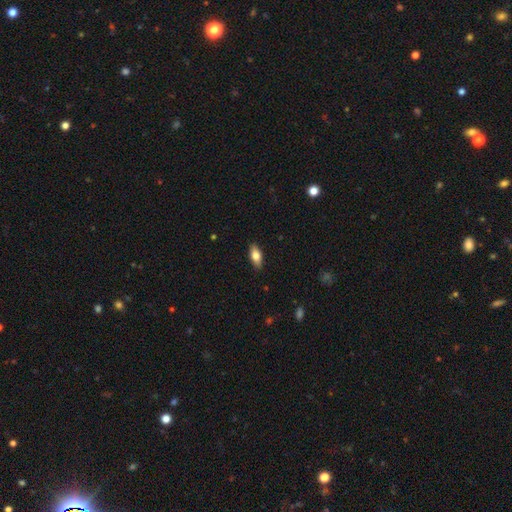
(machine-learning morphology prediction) smooth 74%, featured or disk 19%, star or artifact 7%. Down the decision tree: how rounded — in between (83%); merging — none (88%).